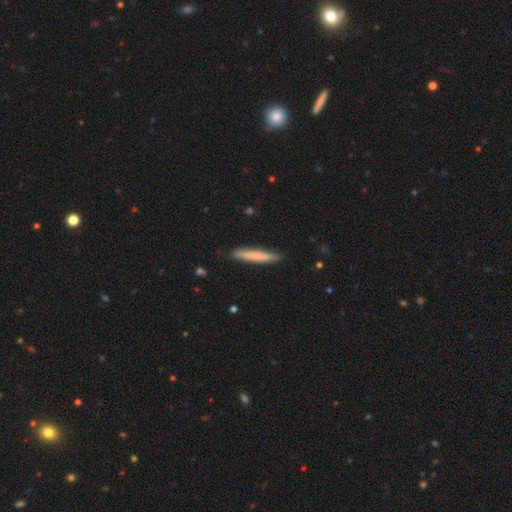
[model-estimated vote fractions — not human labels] Q: Smooth or featured?
A: smooth (74%); runner-up: featured or disk (20%)
Q: How rounded?
A: cigar-shaped (94%); runner-up: in between (5%)
Q: Merging?
A: none (87%); runner-up: minor disturbance (10%)